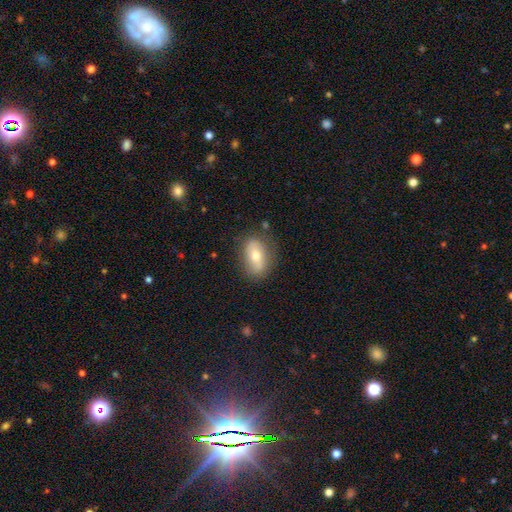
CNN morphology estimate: Overall: smooth (60%; featured or disk 32%). How rounded: in between (83%). Merging: none (79%).